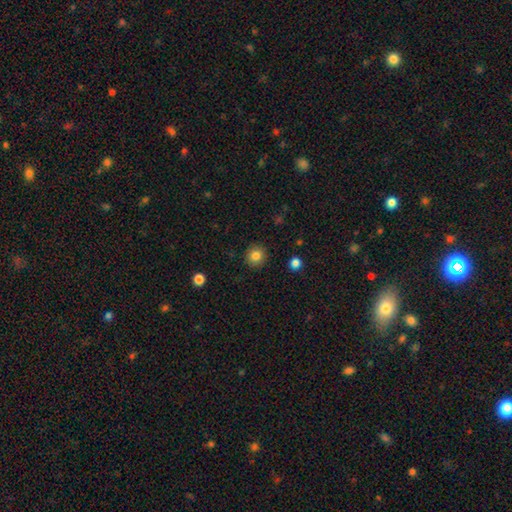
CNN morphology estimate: smooth 83%, star or artifact 11%, featured or disk 6%. Down the decision tree: how rounded — round (92%); merging — none (91%).